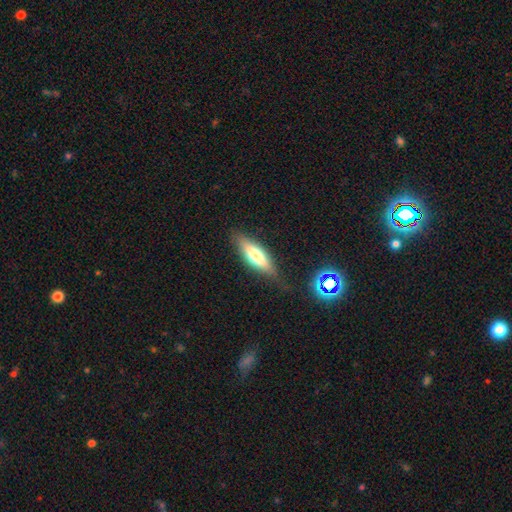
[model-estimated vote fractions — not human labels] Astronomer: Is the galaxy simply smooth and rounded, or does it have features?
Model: smooth — 62%.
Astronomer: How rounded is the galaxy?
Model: in between — 50% (runner-up: cigar-shaped, 48%).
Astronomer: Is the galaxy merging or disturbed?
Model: none — 76%.